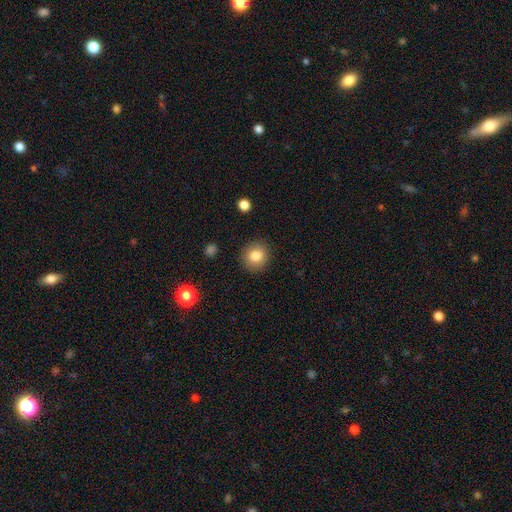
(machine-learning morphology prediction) Overall: smooth (82%). How rounded: round (88%). Merging: none (89%).